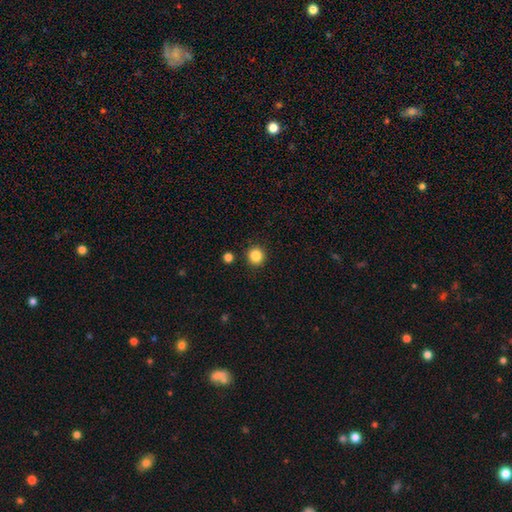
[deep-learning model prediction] Smooth or featured: smooth — 86% (star or artifact — 11%)
How rounded: round — 93% (in between — 6%)
Merging: none — 90% (minor disturbance — 5%)